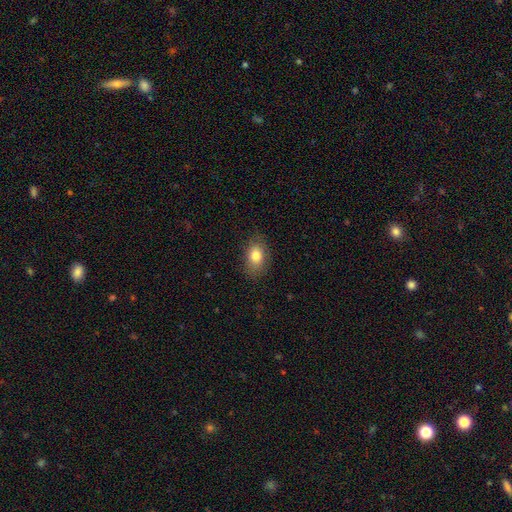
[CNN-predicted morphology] type=smooth (80%); roundness=in between (81%); merging=none (81%).